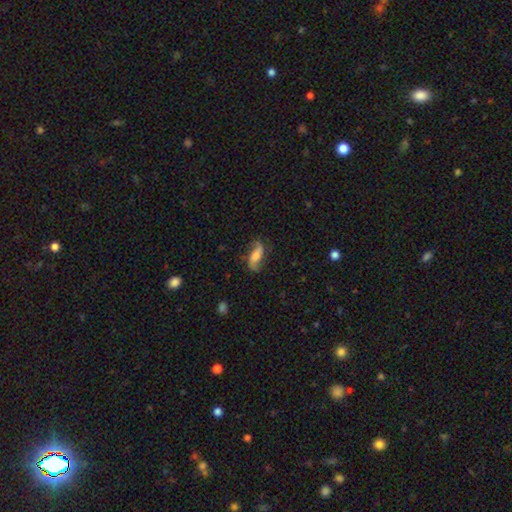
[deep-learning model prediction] Smooth or featured? Predicted: featured or disk (p=0.60). Edge-on disk? Predicted: no (p=0.89). Bar? Predicted: no (p=0.47). Spiral arms? Predicted: yes (p=0.91). Bulge size? Predicted: moderate (p=0.37). Merging? Predicted: none (p=0.70).